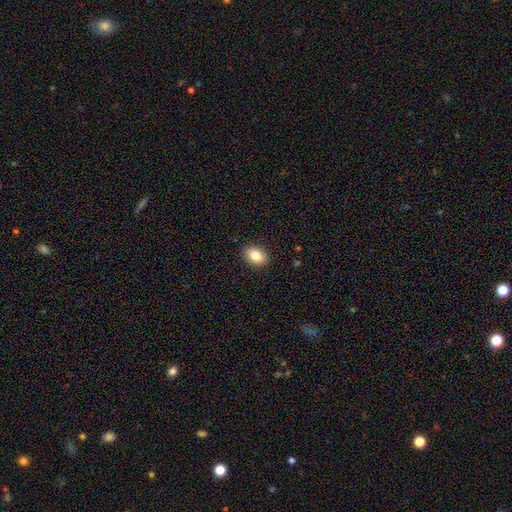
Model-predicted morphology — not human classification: type=smooth (84%); roundness=in between (76%); merging=none (90%).